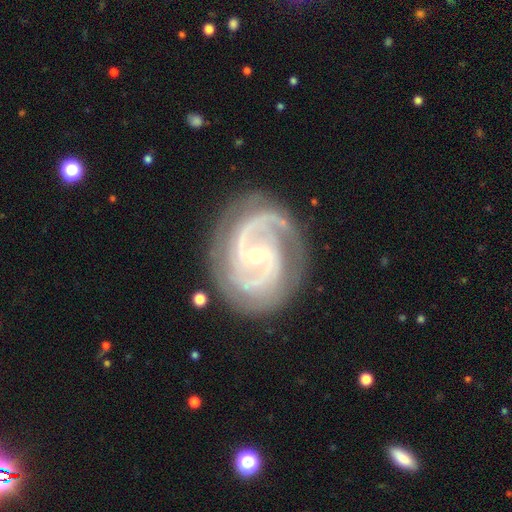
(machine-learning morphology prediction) smooth-or-featured: featured or disk: 92% | star or artifact: 5% | smooth: 4%
  disk-edge-on: no: 98% | yes: 2%
    bar: no: 47% | weak: 37% | strong: 16%
    has-spiral-arms: yes: 98% | no: 2%
      spiral-winding: tight: 49% | medium: 44% | loose: 7%
      spiral-arm-count: 2: 71% | 3: 14% | can't tell: 6% | 1: 3% | 4: 3% | more than 4: 3%
    bulge-size: small: 48% (tied) | moderate: 48% (tied) | large: 2% | none: 1% | dominant: 1%
  merging: none: 77% | minor disturbance: 15% | major disturbance: 6% | merger: 1%